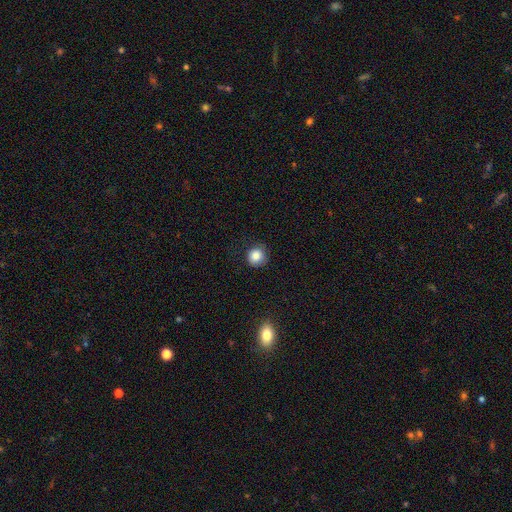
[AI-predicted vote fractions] The model was most divided on "merging": none: 77%, minor disturbance: 17%, major disturbance: 5%, merger: 1%. More confident: how rounded — round (91%); smooth or featured — smooth (85%).